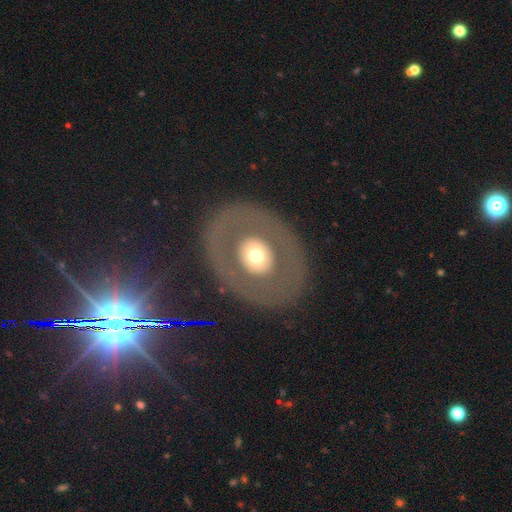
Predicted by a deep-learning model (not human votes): smooth-or-featured: featured or disk: 49% | smooth: 45% | star or artifact: 6%
  merging: none: 83% | minor disturbance: 8% | major disturbance: 8% | merger: 1%